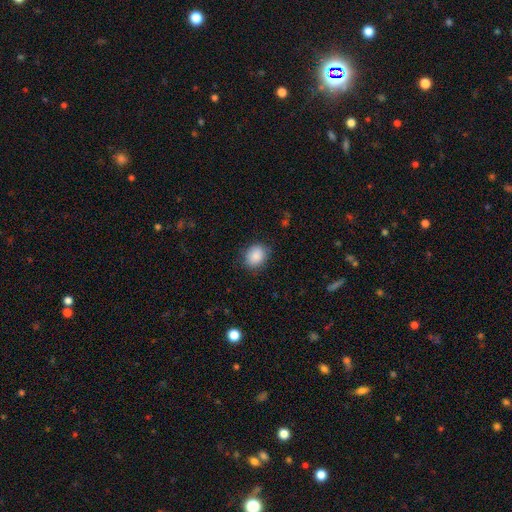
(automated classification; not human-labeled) Morphology: type=smooth (88%); roundness=round (54%); merging=none (83%).